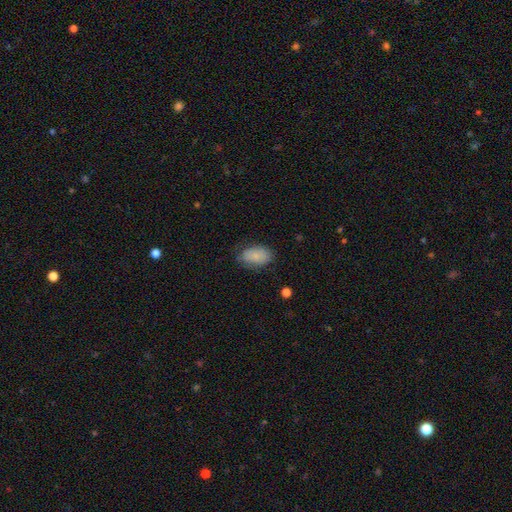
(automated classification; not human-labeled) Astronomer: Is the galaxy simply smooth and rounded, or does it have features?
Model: smooth — 83%.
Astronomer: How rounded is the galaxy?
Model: in between — 92%.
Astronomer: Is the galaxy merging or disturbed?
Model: none — 72%.